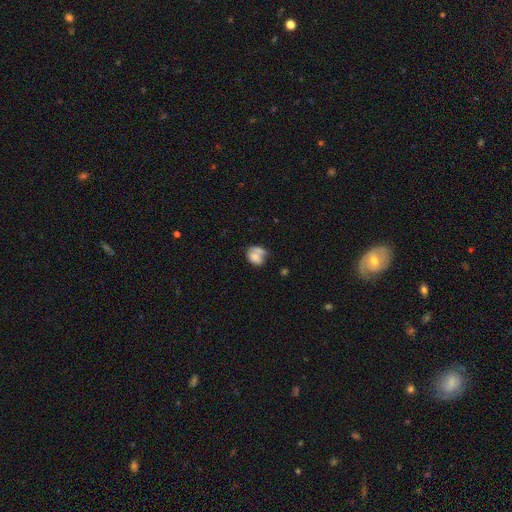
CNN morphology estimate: A smooth galaxy with no disk features (67%) that is in between round and cigar-shaped (58%). Merging: merger (34%).